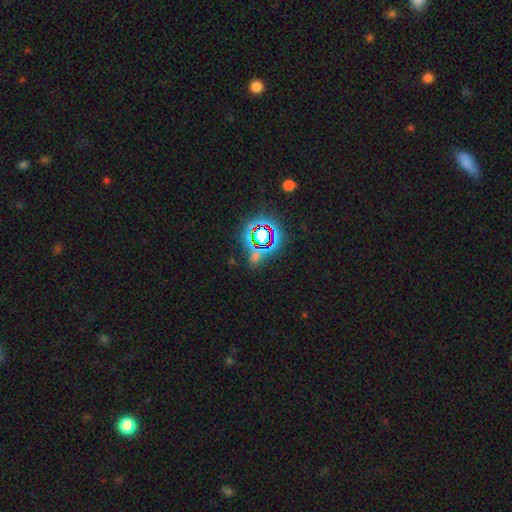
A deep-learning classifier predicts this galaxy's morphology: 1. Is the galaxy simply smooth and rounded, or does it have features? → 67% star or artifact, 24% smooth, 9% featured or disk.